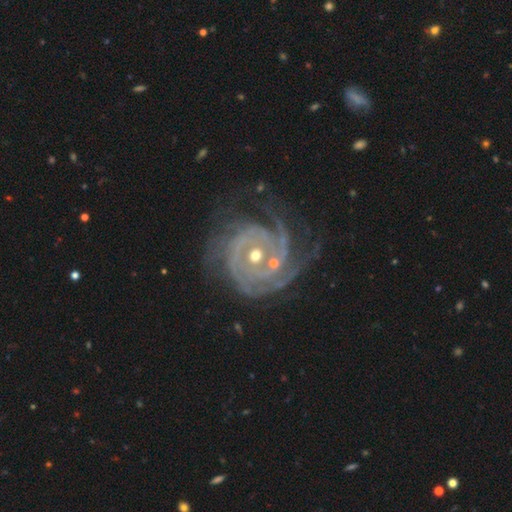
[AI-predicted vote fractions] Smooth or featured? Predicted: featured or disk (p=0.90). Edge-on disk? Predicted: no (p=0.97). Bar? Predicted: no (p=0.74). Spiral arms? Predicted: yes (p=0.97). Spiral winding? Predicted: tight (p=0.77). Spiral arm count? Predicted: 3 (p=0.26). Bulge size? Predicted: moderate (p=0.49). Merging? Predicted: none (p=0.57).